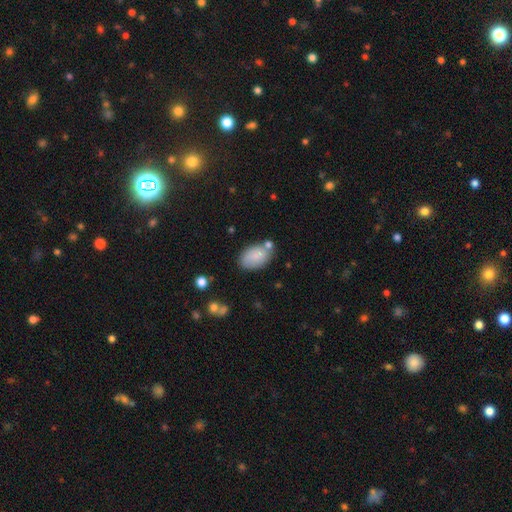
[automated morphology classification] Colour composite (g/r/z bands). It shows a smooth galaxy with no disk features (83%) that is in between round and cigar-shaped (91%). Merging: none (62%).